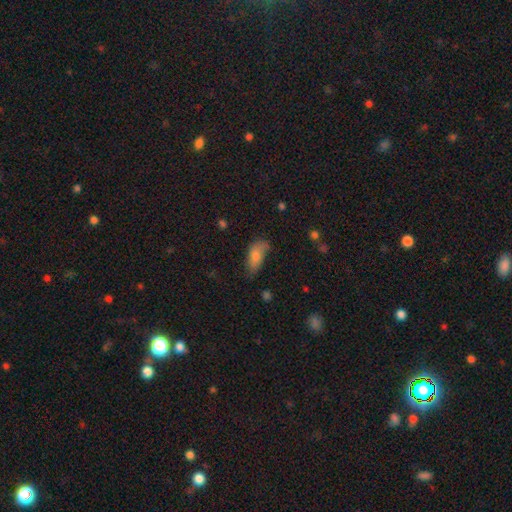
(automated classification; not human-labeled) Smooth or featured? Predicted: smooth (p=0.74). How rounded? Predicted: in between (p=0.83). Merging? Predicted: none (p=0.48).